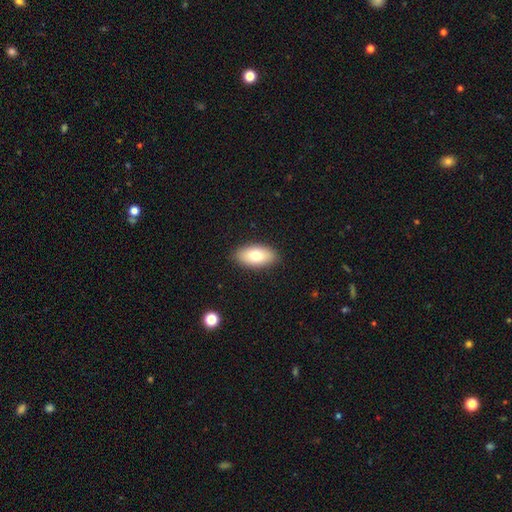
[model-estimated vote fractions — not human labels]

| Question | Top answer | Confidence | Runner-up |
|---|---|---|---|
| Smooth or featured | smooth | 77% | featured or disk (16%) |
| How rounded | in between | 93% | cigar-shaped (4%) |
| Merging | none | 89% | minor disturbance (8%) |